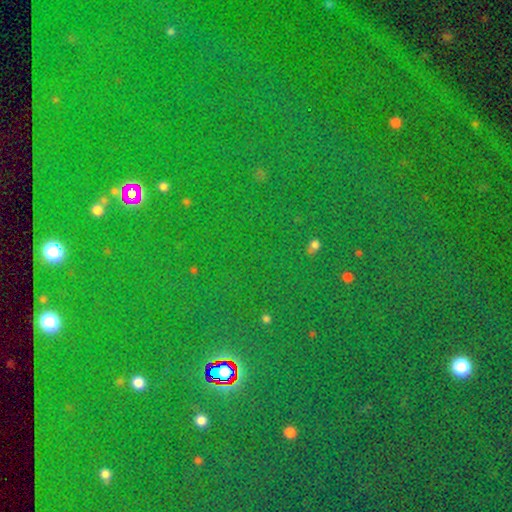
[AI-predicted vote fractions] star or artifact 83%, smooth 10%, featured or disk 7%.